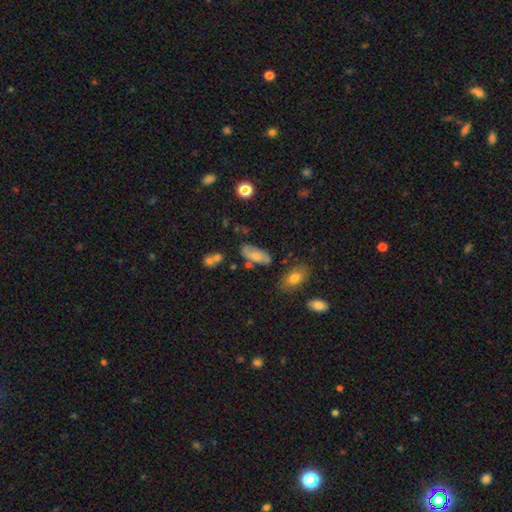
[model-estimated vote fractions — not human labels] smooth 57%, featured or disk 34%, star or artifact 9%. Down the decision tree: how rounded — in between (87%); merging — none (63%).